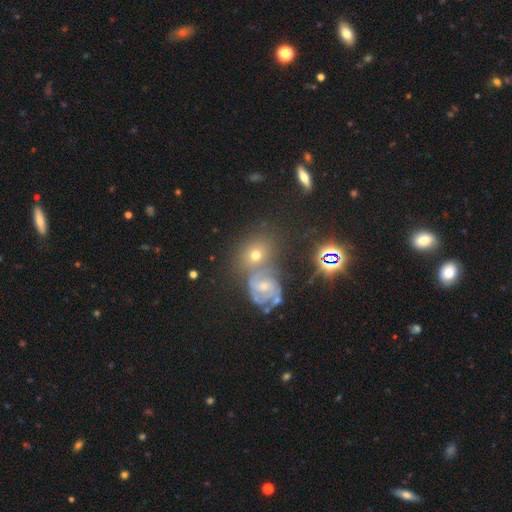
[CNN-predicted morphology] Smooth or featured? Predicted: featured or disk (p=0.38). Merging? Predicted: none (p=0.47).